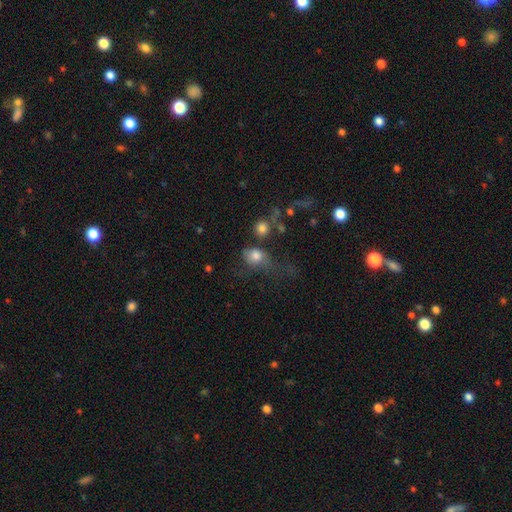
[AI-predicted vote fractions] The model was most divided on "merging": major disturbance: 32%, none: 30%, minor disturbance: 20%, merger: 19%. More confident: smooth or featured — smooth (74%); how rounded — round (53%).